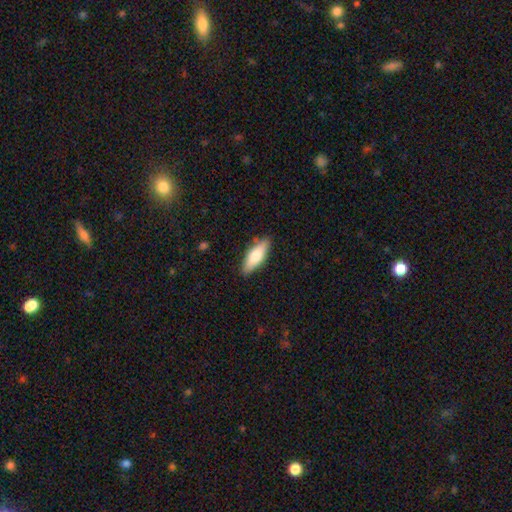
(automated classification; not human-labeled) This is likely a smooth galaxy (69%). How rounded: likely in between (62%). Merging: clearly none (86%).